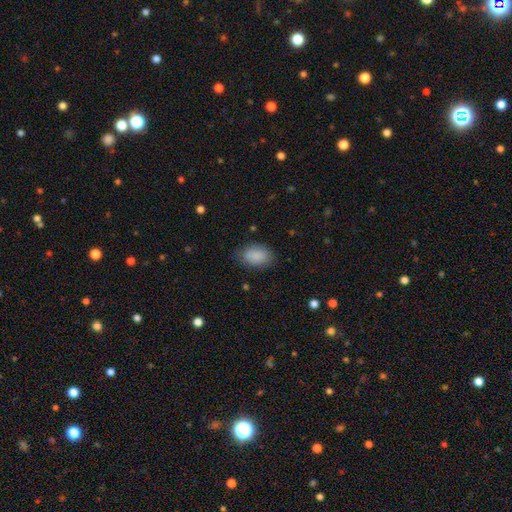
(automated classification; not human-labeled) smooth 88%, star or artifact 7%, featured or disk 5%. Down the decision tree: how rounded — in between (88%); merging — none (76%).